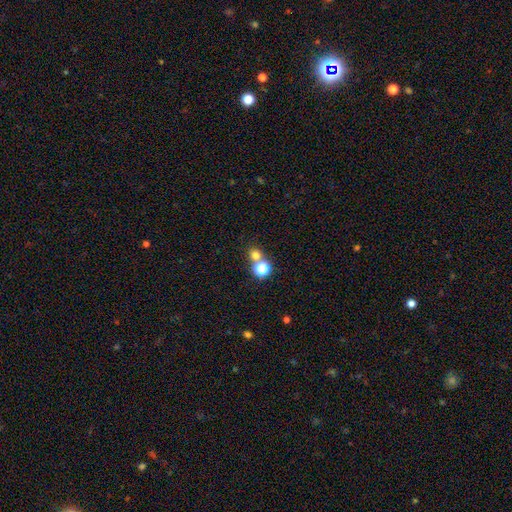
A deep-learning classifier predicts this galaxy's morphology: Smooth or featured: smooth — 71% (star or artifact — 21%)
How rounded: round — 86% (in between — 13%)
Merging: none — 58% (merger — 33%)